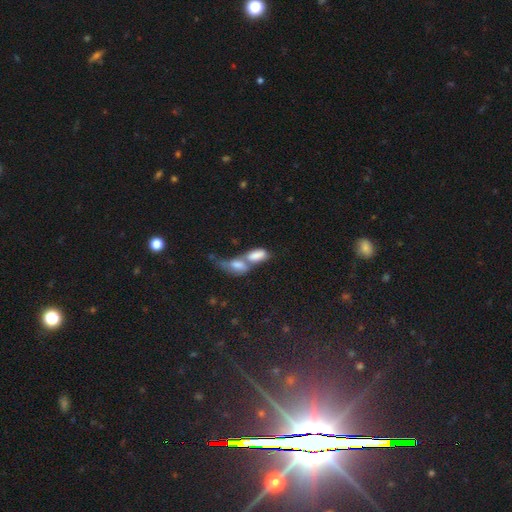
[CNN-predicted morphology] This is likely a smooth galaxy (74%). How rounded: clearly in between (88%). Merging: likely merger (75%).